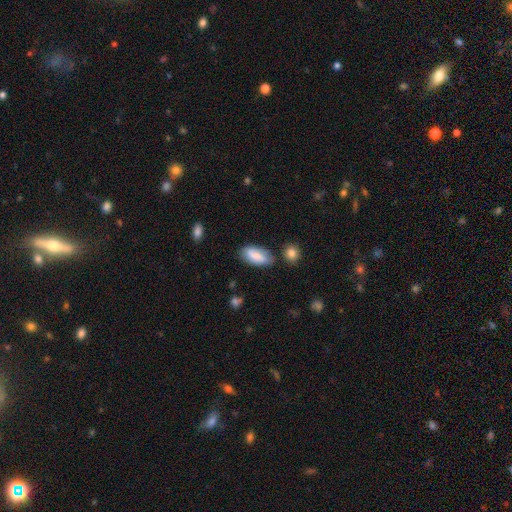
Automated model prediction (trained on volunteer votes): smooth-or-featured: smooth: 77% | featured or disk: 17% | star or artifact: 6%
  how-rounded: in between: 88% | cigar-shaped: 9% | round: 2%
  merging: none: 77% | minor disturbance: 15% | merger: 5% | major disturbance: 3%